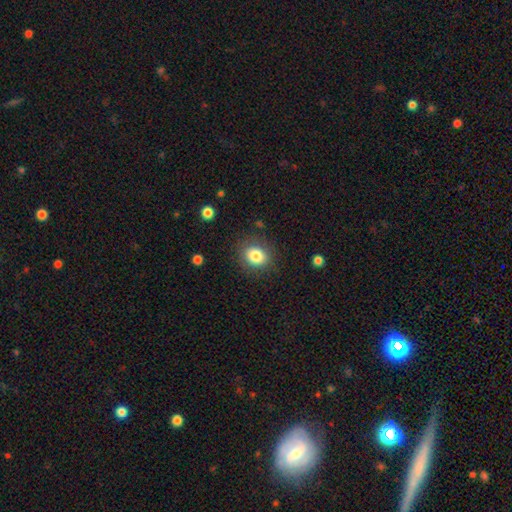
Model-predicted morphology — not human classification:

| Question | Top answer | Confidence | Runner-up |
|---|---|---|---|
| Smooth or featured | smooth | 82% | star or artifact (9%) |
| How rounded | round | 64% | in between (35%) |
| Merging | none | 83% | minor disturbance (11%) |